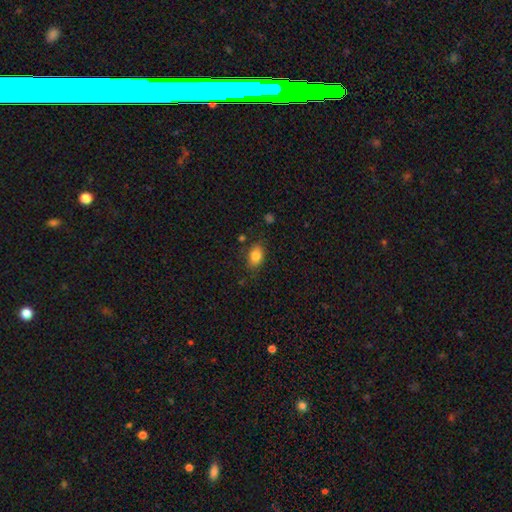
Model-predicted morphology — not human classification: The model was most divided on "how rounded": in between: 78%, round: 21%, cigar-shaped: 1%. More confident: smooth or featured — smooth (83%); merging — none (80%).